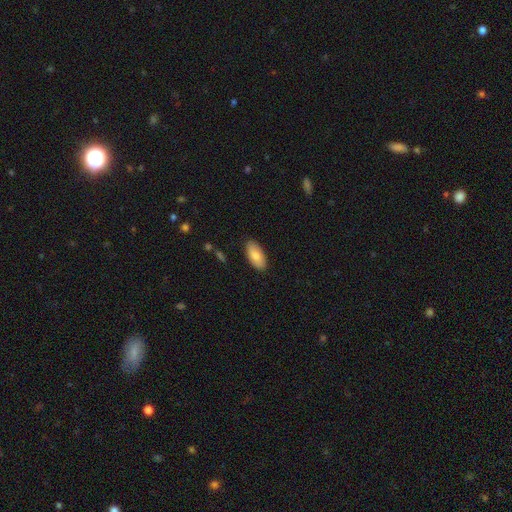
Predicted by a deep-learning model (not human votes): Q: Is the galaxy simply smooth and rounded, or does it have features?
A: smooth — 82%.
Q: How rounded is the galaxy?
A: in between — 91%.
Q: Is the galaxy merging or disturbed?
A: none — 87%.